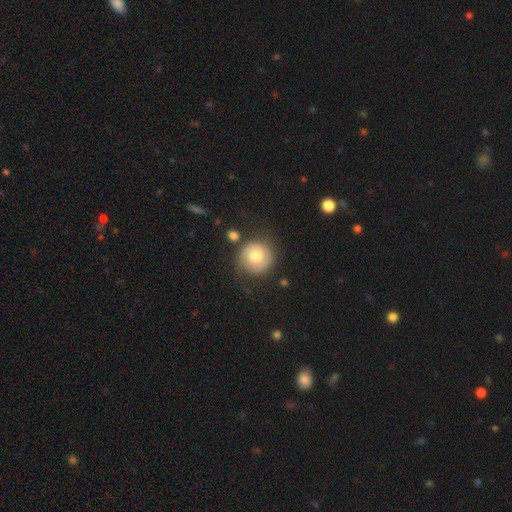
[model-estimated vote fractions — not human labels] Smooth or featured? Predicted: smooth (p=0.56). How rounded? Predicted: round (p=0.91). Merging? Predicted: none (p=0.67).